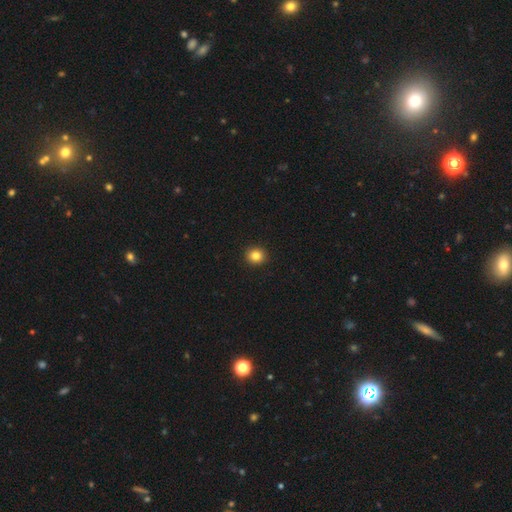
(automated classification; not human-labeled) smooth_or_featured: smooth (p=0.84) [alt: star or artifact p=0.11]
how_rounded: round (p=0.85) [alt: in between p=0.14]
merging: none (p=0.93) [alt: minor disturbance p=0.05]